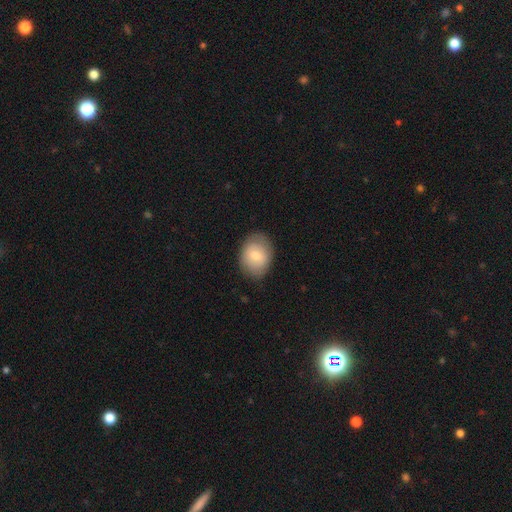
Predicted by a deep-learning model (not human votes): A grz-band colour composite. It shows a smooth galaxy with no disk features (74%) that is in between round and cigar-shaped (63%). Merging: none (79%).